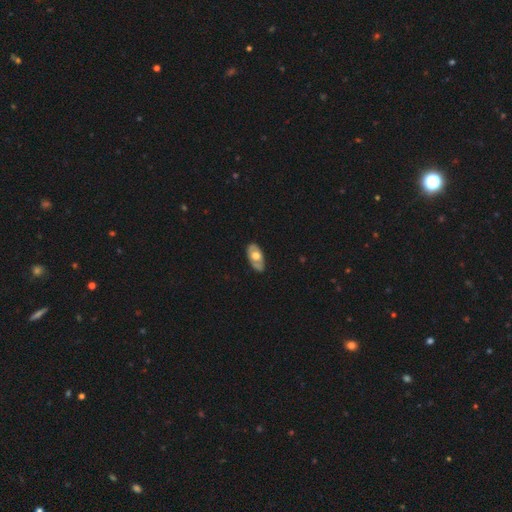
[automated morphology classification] smooth-or-featured: smooth: 48% | featured or disk: 47% | star or artifact: 5%
  merging: none: 80% | minor disturbance: 16% | major disturbance: 3% | merger: 1%